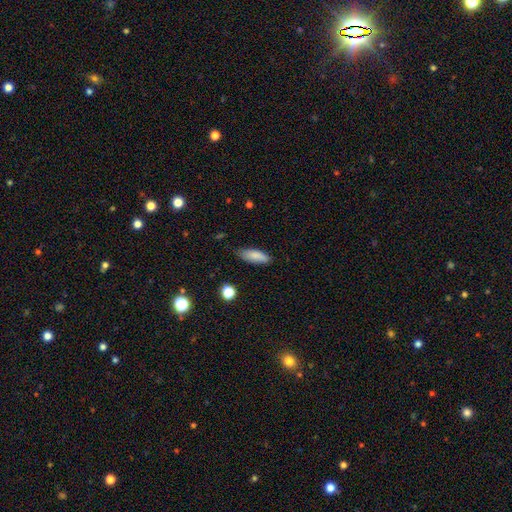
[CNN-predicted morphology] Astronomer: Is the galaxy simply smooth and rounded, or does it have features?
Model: smooth — 85%.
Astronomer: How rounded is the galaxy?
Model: in between — 65%.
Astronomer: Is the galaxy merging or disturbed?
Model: none — 72%.